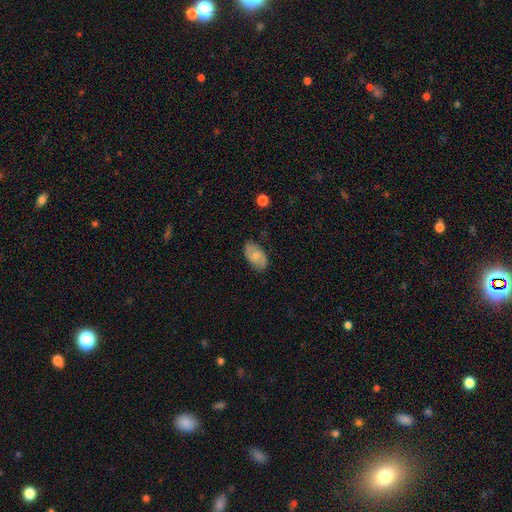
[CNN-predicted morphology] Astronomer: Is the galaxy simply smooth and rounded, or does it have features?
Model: smooth — 61%.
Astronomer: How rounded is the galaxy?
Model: in between — 92%.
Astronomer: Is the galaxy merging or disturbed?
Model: none — 79%.